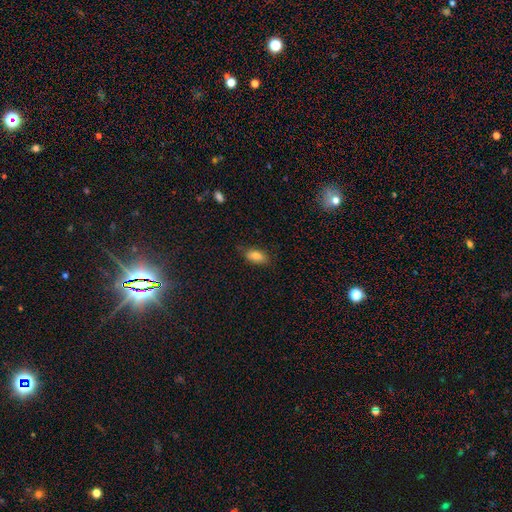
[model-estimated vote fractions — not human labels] This appears to be a smooth galaxy with no disk features (83%) that is in between round and cigar-shaped (89%). Merging: none (77%).